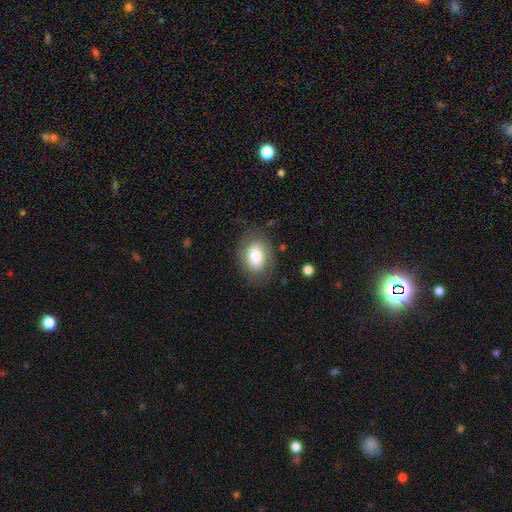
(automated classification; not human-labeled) Smooth or featured: smooth — 72% (featured or disk — 20%)
How rounded: in between — 75% (round — 24%)
Merging: none — 75% (minor disturbance — 16%)